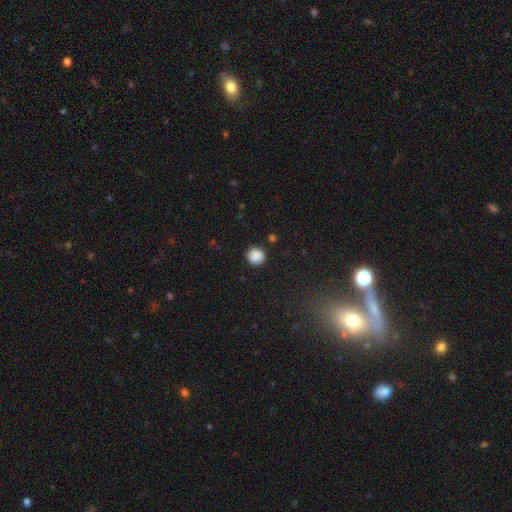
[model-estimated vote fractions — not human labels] Overall: smooth (88%). How rounded: round (92%). Merging: none (89%).